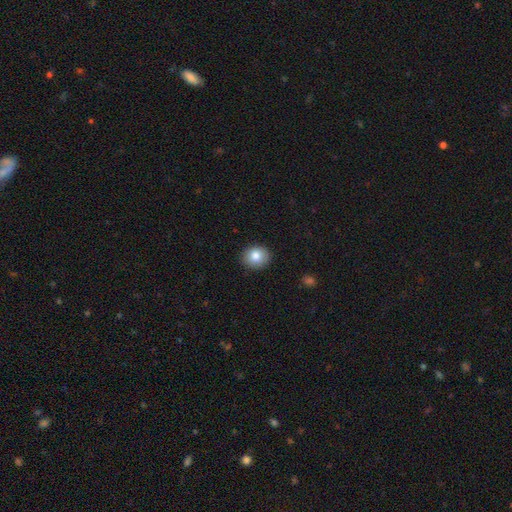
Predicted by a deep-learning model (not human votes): A smooth galaxy with no disk features (83%) that is round (67%).

Vote fractions:
- Smooth or featured? smooth: 83% / star or artifact: 9% / featured or disk: 8%
- How rounded? round: 67% / in between: 32% / cigar-shaped: 1%
- Merging? none: 89% / minor disturbance: 8% / major disturbance: 2% / merger: 1%